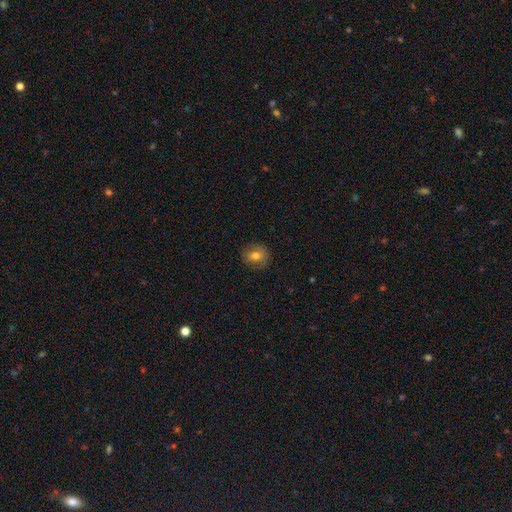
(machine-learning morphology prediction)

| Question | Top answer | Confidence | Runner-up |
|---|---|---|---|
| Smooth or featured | smooth | 72% | featured or disk (18%) |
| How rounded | round | 76% | in between (23%) |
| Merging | none | 84% | minor disturbance (12%) |